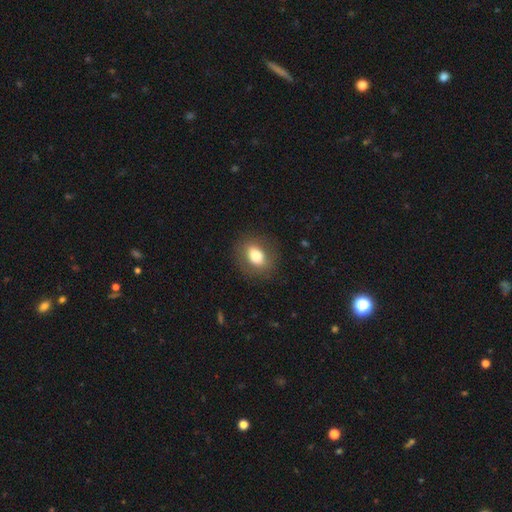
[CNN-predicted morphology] Smooth or featured?
  - smooth: 76% *
  - featured or disk: 15%
  - star or artifact: 9%
How rounded?
  - in between: 67% *
  - round: 31%
  - cigar-shaped: 2%
Merging?
  - none: 84% *
  - minor disturbance: 11%
  - major disturbance: 4%
  - merger: 1%